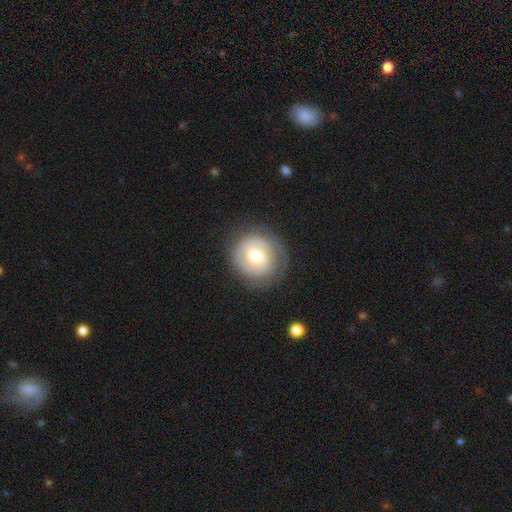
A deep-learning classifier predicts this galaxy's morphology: Smooth or featured? featured or disk (65%)
Edge-on disk? no (98%)
Bar? no (50%)
Spiral arms? yes (85%)
Spiral winding? tight (65%)
Spiral arm count? 2 (52%)
Bulge size? moderate (58%)
Merging? none (77%)